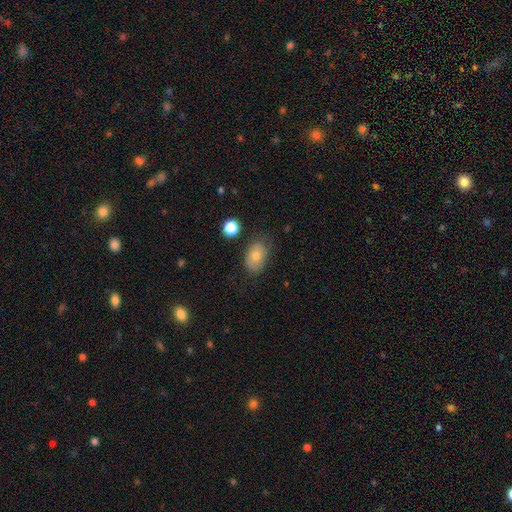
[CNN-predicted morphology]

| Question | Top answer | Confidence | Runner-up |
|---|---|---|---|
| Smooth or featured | smooth | 71% | featured or disk (19%) |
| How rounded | in between | 81% | round (18%) |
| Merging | none | 70% | minor disturbance (22%) |